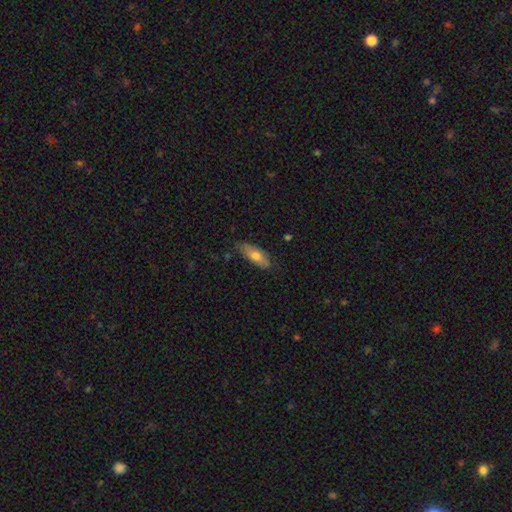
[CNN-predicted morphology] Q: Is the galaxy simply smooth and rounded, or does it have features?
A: smooth — 68%.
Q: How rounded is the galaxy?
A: in between — 70%.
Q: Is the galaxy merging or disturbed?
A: none — 72%.